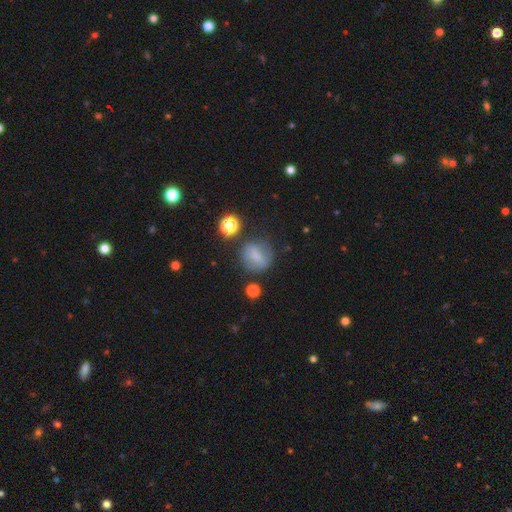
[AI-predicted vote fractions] The model was most divided on "how rounded": round: 69%, in between: 28%, cigar-shaped: 2%. More confident: smooth or featured — smooth (67%); merging — none (64%).